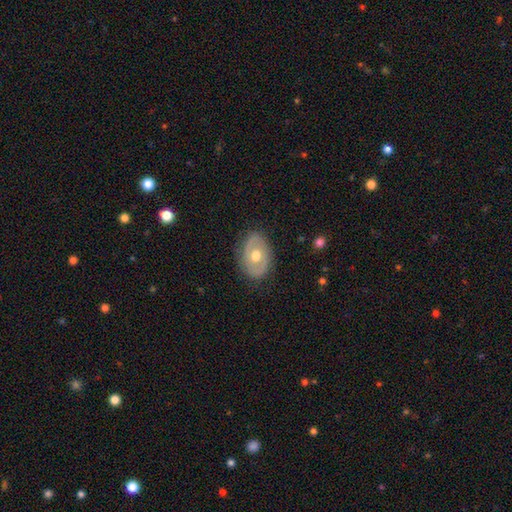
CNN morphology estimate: Smooth or featured?
  - featured or disk: 56% *
  - smooth: 38%
  - star or artifact: 6%
Edge-on disk?
  - no: 93% *
  - yes: 7%
Bar?
  - no: 80% *
  - weak: 16%
  - strong: 4%
Spiral arms?
  - no: 70% *
  - yes: 30%
Bulge size?
  - moderate: 79% *
  - large: 10%
  - small: 9%
  - dominant: 1%
  - none: 1%
Merging?
  - none: 82% *
  - minor disturbance: 14%
  - major disturbance: 4%
  - merger: 1%